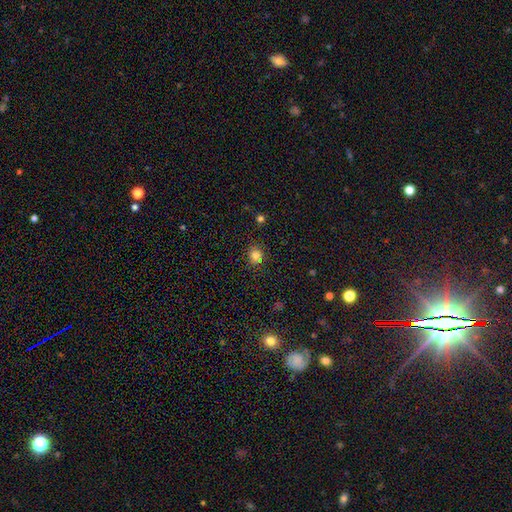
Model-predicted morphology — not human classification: Overall: smooth (80%). How rounded: round (85%). Merging: none (85%).